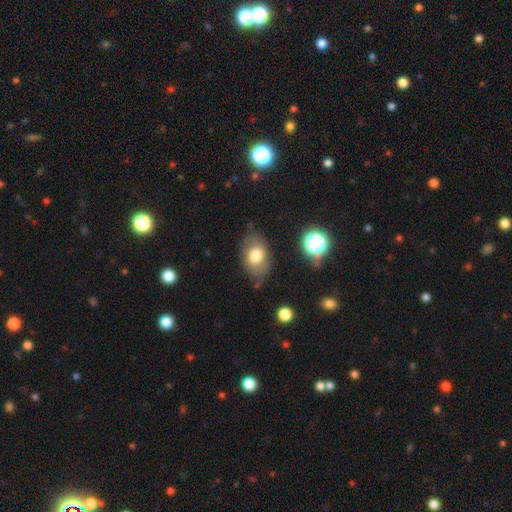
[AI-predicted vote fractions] Smooth or featured? smooth (73%)
How rounded? in between (79%)
Merging? none (72%)